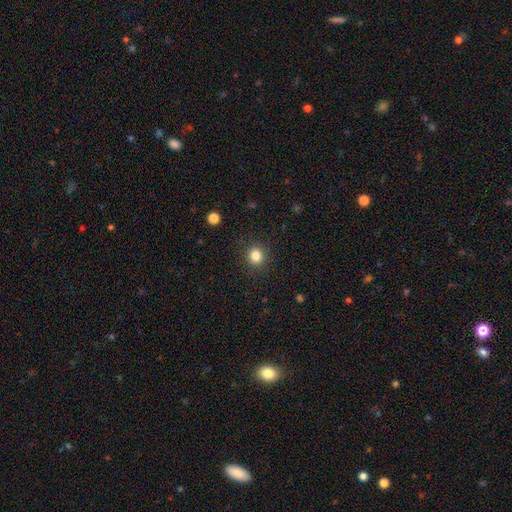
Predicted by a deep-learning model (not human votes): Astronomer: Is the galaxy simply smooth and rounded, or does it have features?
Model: smooth — 83%.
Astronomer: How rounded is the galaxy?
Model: round — 87%.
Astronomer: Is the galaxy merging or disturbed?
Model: none — 90%.